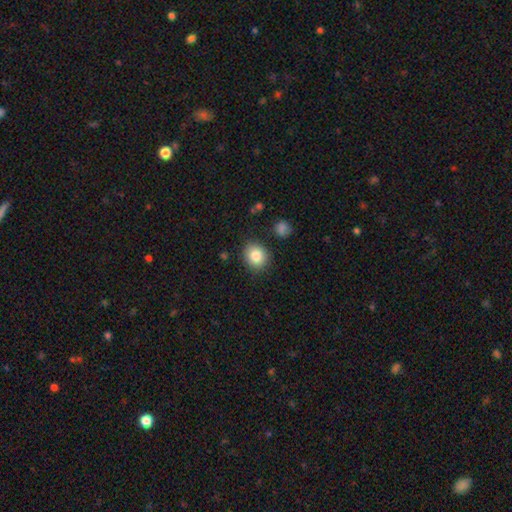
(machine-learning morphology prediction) Overall: smooth (85%). How rounded: round (74%). Merging: none (85%).